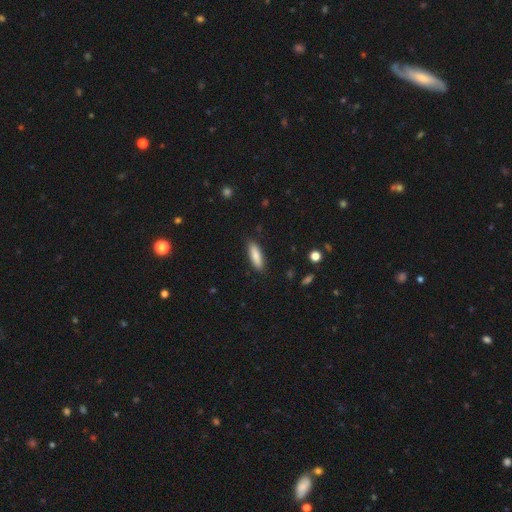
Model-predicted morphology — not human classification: Smooth or featured: smooth — 84% (featured or disk — 10%)
How rounded: cigar-shaped — 57% (in between — 42%)
Merging: none — 88% (minor disturbance — 9%)